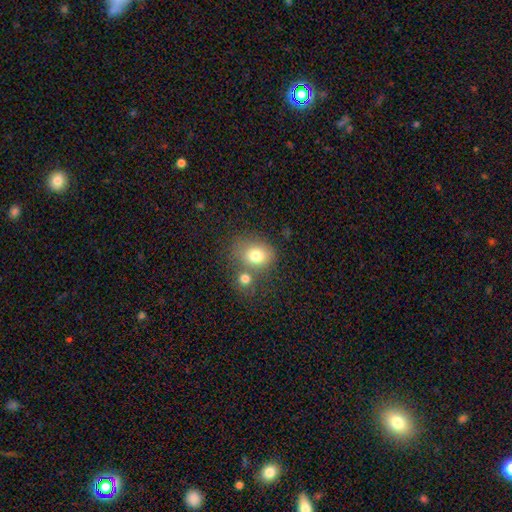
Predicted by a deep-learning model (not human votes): smooth_or_featured: smooth (p=0.76) [alt: featured or disk p=0.13]
how_rounded: round (p=0.56) [alt: in between p=0.43]
merging: none (p=0.50) [alt: merger p=0.32]